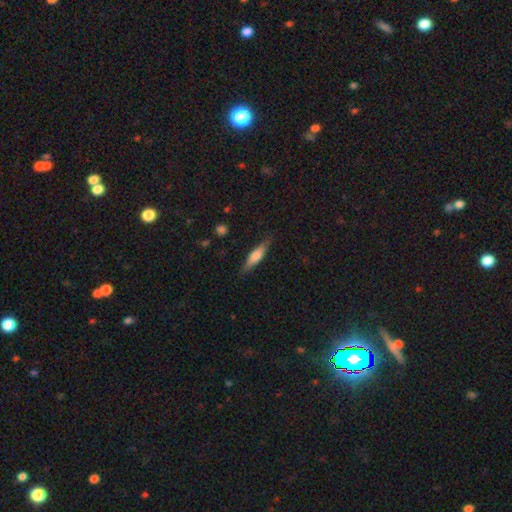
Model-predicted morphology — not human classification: This appears to be a smooth galaxy with no disk features (54%) that is cigar-shaped (73%). Merging: none (84%).